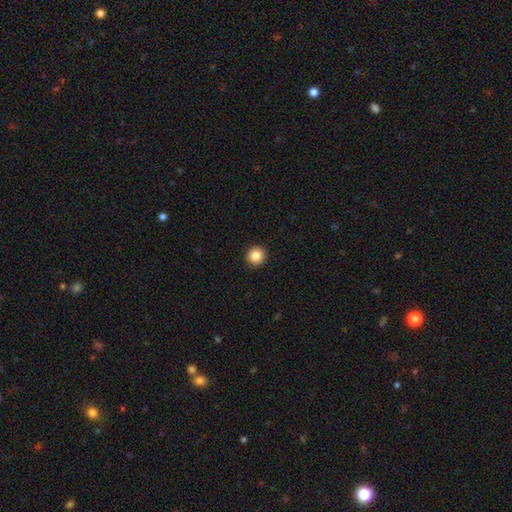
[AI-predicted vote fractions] Q: Smooth or featured?
A: smooth (86%); runner-up: star or artifact (10%)
Q: How rounded?
A: round (95%); runner-up: in between (4%)
Q: Merging?
A: none (94%); runner-up: minor disturbance (4%)